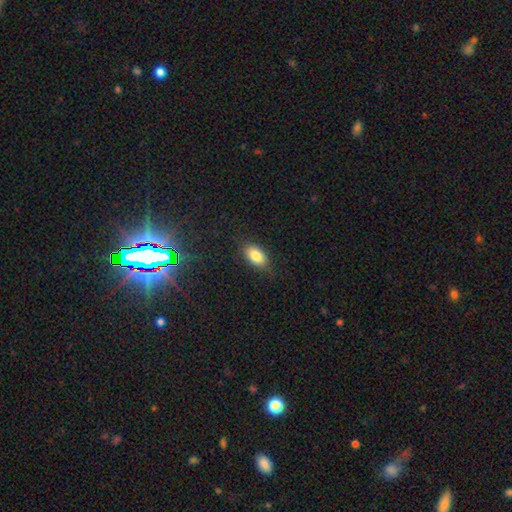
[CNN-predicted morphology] Smooth or featured? Predicted: smooth (p=0.83). How rounded? Predicted: in between (p=0.92). Merging? Predicted: none (p=0.84).